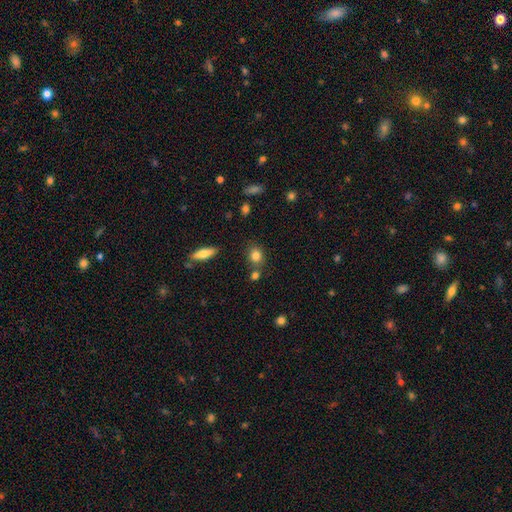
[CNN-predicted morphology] Overall: smooth (82%). How rounded: round (59%; in between 39%). Merging: none (72%).